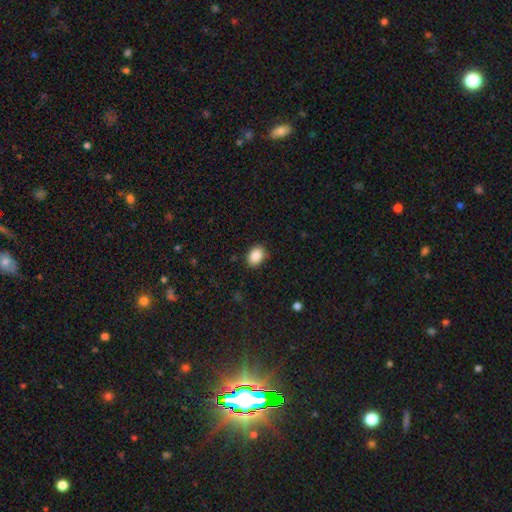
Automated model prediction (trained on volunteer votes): Smooth or featured? smooth (88%)
How rounded? in between (71%)
Merging? none (86%)